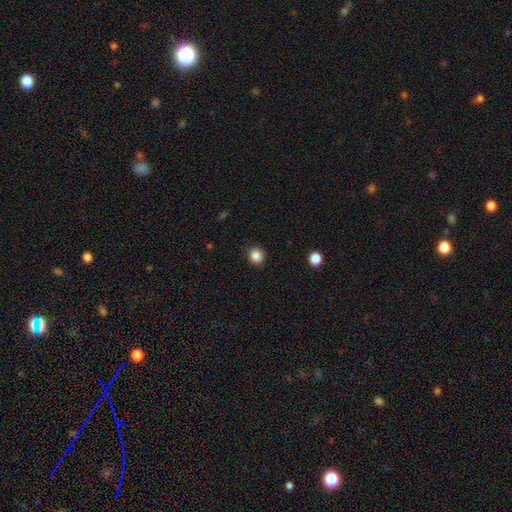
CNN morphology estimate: This appears to be a smooth galaxy with no disk features (86%) that is round (87%). Merging: none (89%).